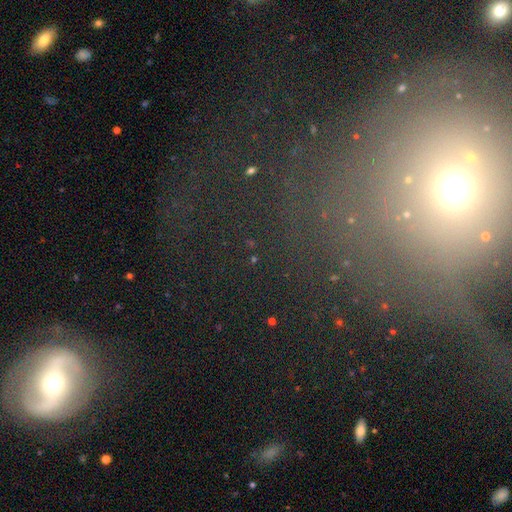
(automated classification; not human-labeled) Morphology: type=star or artifact (35%, tied with smooth).